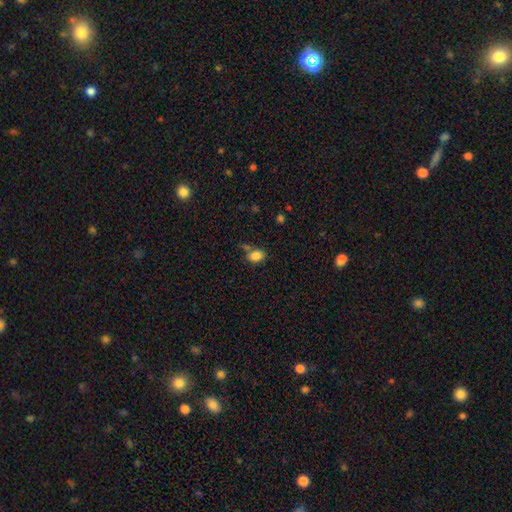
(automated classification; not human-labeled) Smooth or featured?
  - smooth: 84% *
  - star or artifact: 10%
  - featured or disk: 6%
How rounded?
  - in between: 73% *
  - round: 26%
  - cigar-shaped: 1%
Merging?
  - none: 62% *
  - minor disturbance: 17%
  - merger: 16%
  - major disturbance: 6%